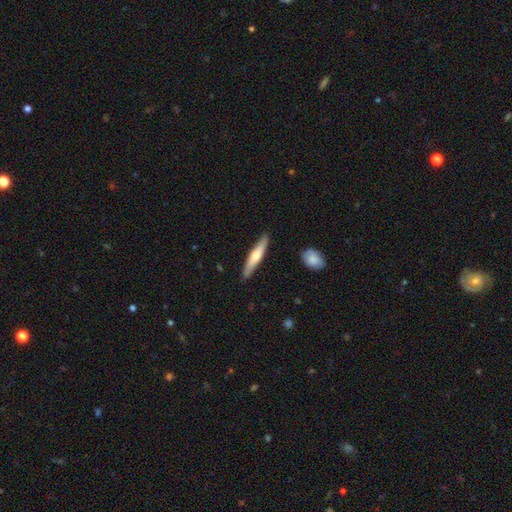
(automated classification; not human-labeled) This appears to be a smooth galaxy with no disk features (51%) that is cigar-shaped (89%). Merging: none (88%).